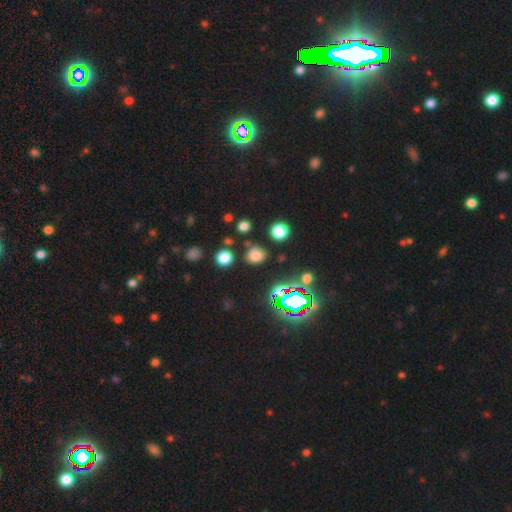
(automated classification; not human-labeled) Smooth or featured? smooth (68%)
How rounded? round (72%)
Merging? none (79%)